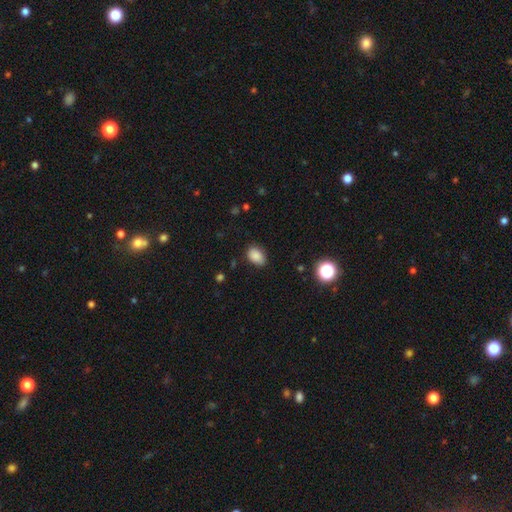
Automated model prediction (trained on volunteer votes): A smooth galaxy with no disk features (86%) that is in between round and cigar-shaped (83%).

Vote fractions:
- Smooth or featured? smooth: 86% / star or artifact: 9% / featured or disk: 4%
- How rounded? in between: 83% / round: 16% / cigar-shaped: 1%
- Merging? none: 78% / minor disturbance: 18% / major disturbance: 3% / merger: 1%